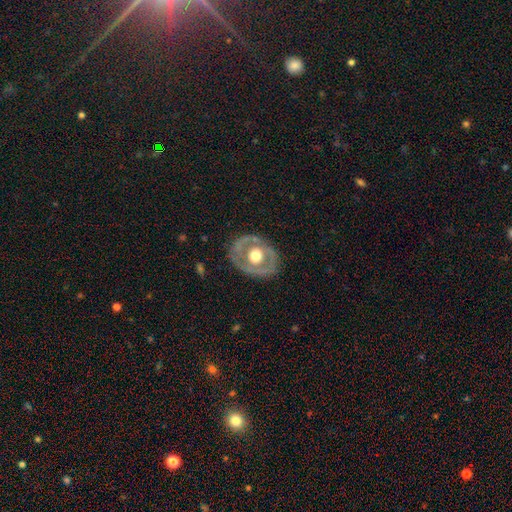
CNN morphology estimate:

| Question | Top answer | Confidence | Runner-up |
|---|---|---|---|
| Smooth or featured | featured or disk | 64% | smooth (31%) |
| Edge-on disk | no | 94% | yes (6%) |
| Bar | no | 86% | weak (11%) |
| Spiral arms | no | 78% | yes (22%) |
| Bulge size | moderate | 55% | large (38%) |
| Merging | none | 75% | minor disturbance (16%) |